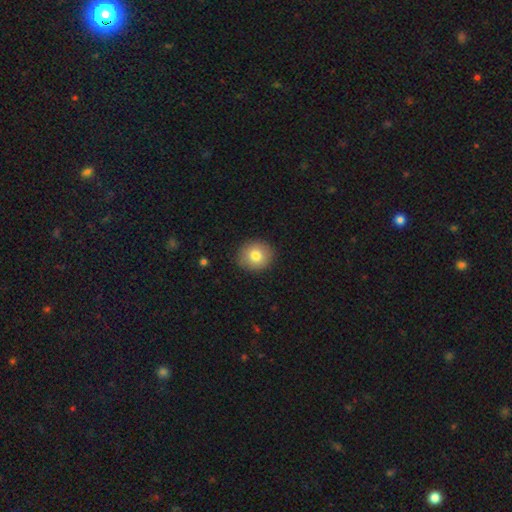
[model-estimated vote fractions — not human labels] Overall: smooth (81%). How rounded: round (80%). Merging: none (89%).